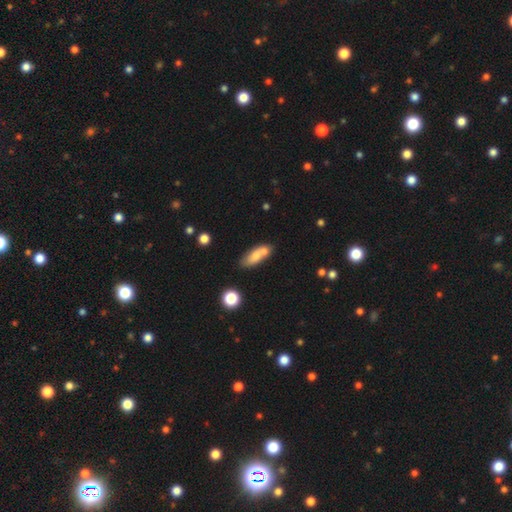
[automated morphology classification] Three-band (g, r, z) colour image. It shows a smooth galaxy with no disk features (70%) that is in between round and cigar-shaped (70%). Merging: none (46%).